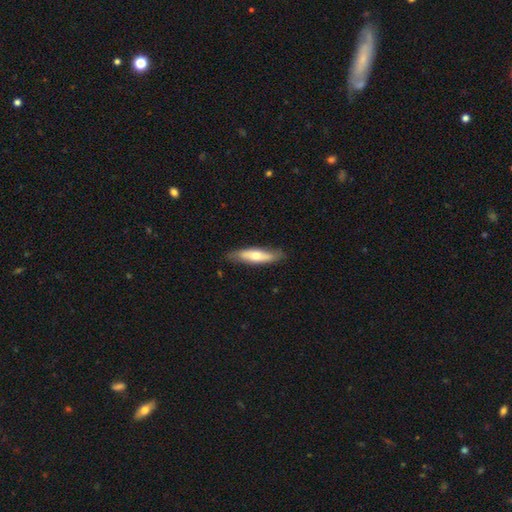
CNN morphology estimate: Smooth or featured: smooth — 55% (featured or disk — 40%)
How rounded: cigar-shaped — 65% (in between — 34%)
Merging: none — 81% (minor disturbance — 15%)